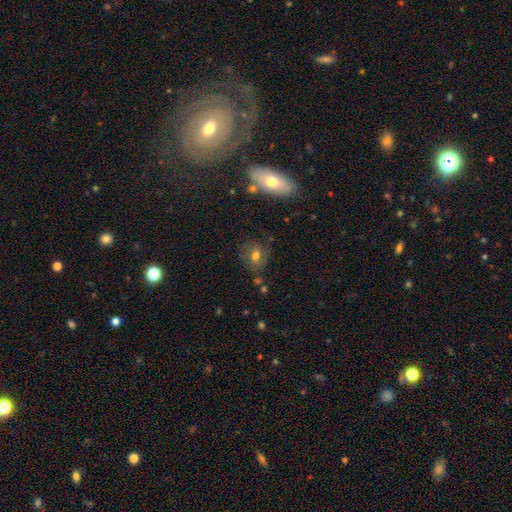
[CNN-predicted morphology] A smooth galaxy with no disk features (52%) that is round (61%). Merging: none (70%).